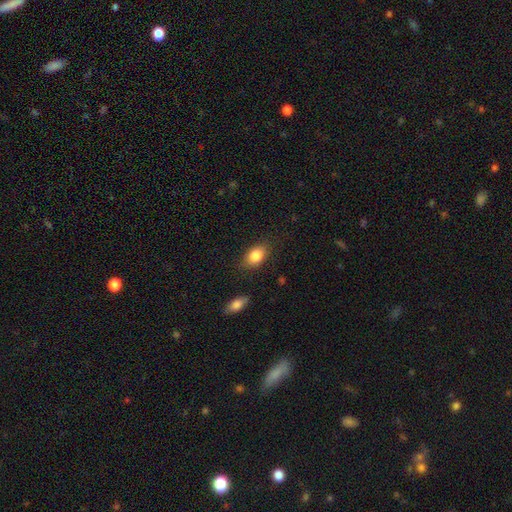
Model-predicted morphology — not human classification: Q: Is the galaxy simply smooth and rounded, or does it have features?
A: smooth — 84%.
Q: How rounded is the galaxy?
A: in between — 83%.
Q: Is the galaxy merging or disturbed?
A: none — 81%.